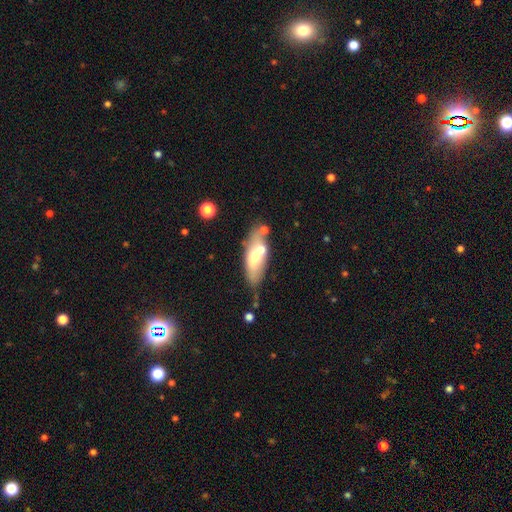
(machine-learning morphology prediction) type=smooth (56%); roundness=in between (71%); merging=none (57%).